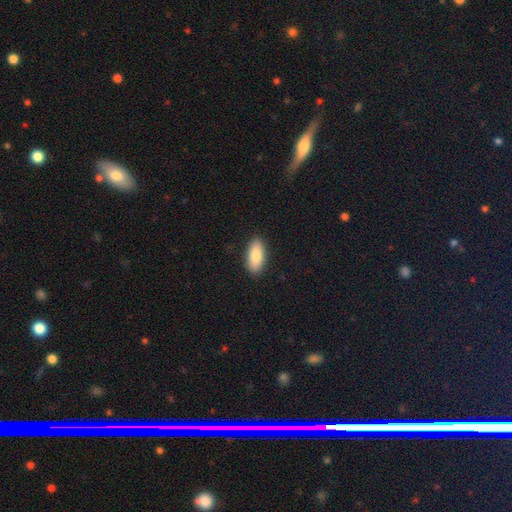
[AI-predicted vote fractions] The model was most divided on "smooth or featured": smooth: 83%, featured or disk: 11%, star or artifact: 6%. More confident: merging — none (90%); how rounded — in between (87%).